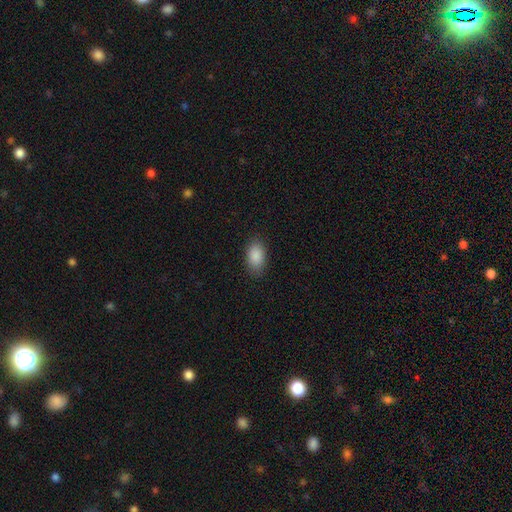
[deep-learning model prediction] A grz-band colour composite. It shows a smooth galaxy with no disk features (89%) that is in between round and cigar-shaped (91%). Merging: none (86%).